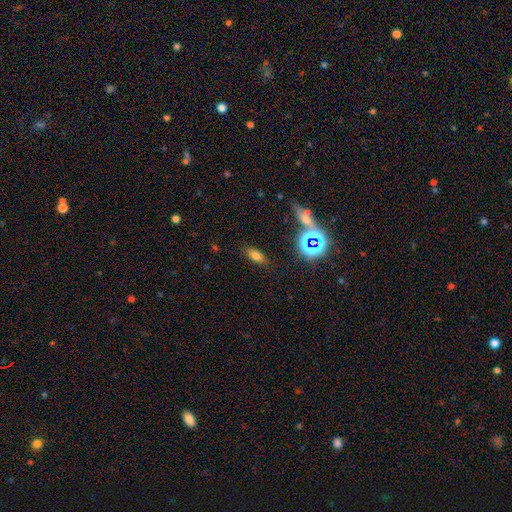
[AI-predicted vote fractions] Morphology: type=smooth (69%); roundness=in between (80%); merging=none (83%).